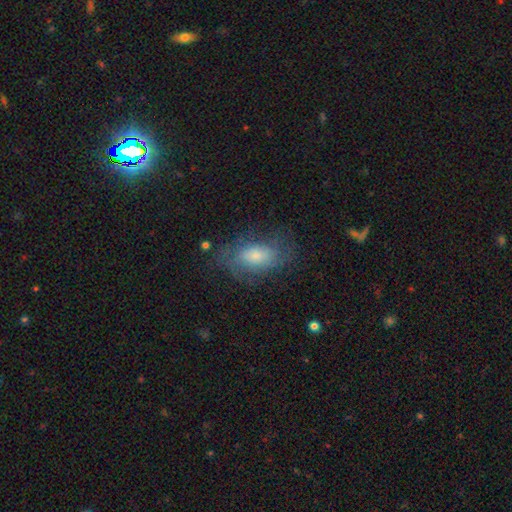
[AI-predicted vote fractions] The model was most divided on "smooth or featured": smooth: 52%, featured or disk: 39%, star or artifact: 9%. More confident: how rounded — in between (89%); merging — none (61%).